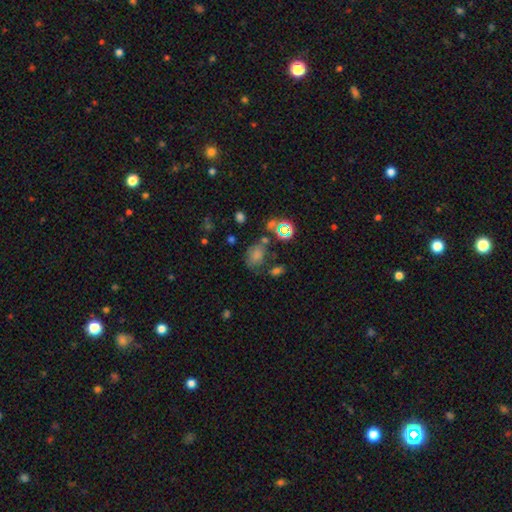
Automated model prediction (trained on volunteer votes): smooth-or-featured: smooth: 51% | star or artifact: 32% | featured or disk: 17%
  how-rounded: in between: 62% | round: 36% | cigar-shaped: 1%
  merging: none: 53% | minor disturbance: 21% | major disturbance: 13% | merger: 13%